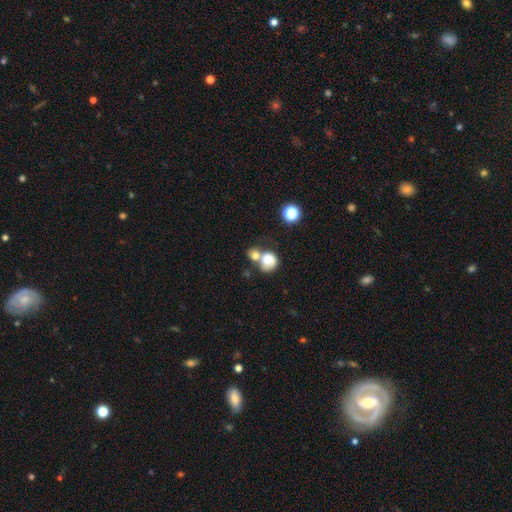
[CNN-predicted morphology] smooth-or-featured: smooth: 69% | featured or disk: 19% | star or artifact: 12%
  how-rounded: round: 75% | in between: 24% | cigar-shaped: 1%
  merging: merger: 52% | none: 34% | minor disturbance: 9% | major disturbance: 6%